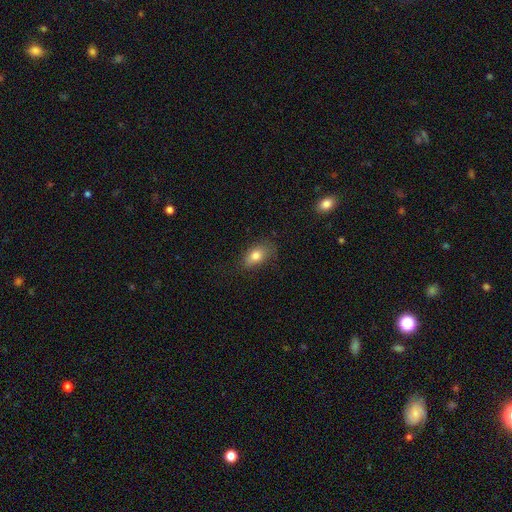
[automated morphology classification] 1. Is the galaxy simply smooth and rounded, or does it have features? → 80% smooth, 12% featured or disk, 9% star or artifact.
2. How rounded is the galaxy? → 87% in between, 10% round, 3% cigar-shaped.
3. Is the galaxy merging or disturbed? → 70% none, 22% minor disturbance, 7% major disturbance, 1% merger.